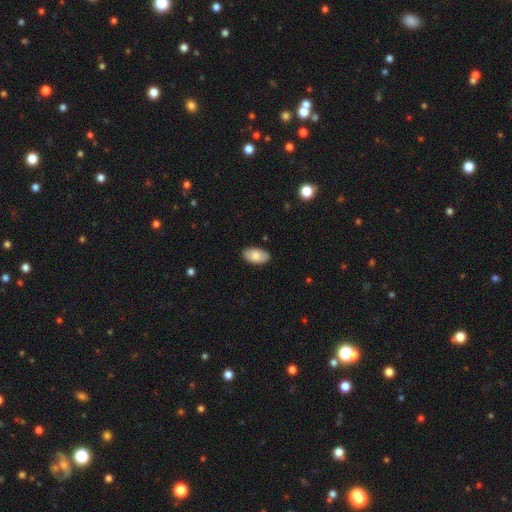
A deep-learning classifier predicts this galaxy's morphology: Smooth or featured? Predicted: smooth (p=0.76). How rounded? Predicted: in between (p=0.95). Merging? Predicted: none (p=0.86).